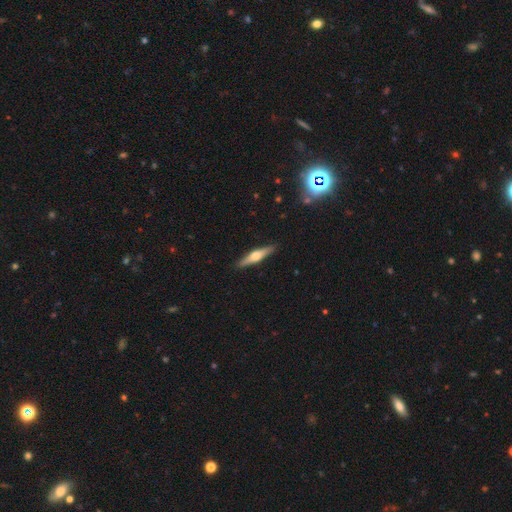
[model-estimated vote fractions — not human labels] Smooth or featured?
  - featured or disk: 62% *
  - smooth: 33%
  - star or artifact: 5%
Edge-on disk?
  - yes: 97% *
  - no: 3%
Edge-on bulge?
  - rounded: 92% *
  - boxy: 5%
  - none: 3%
Merging?
  - none: 91% *
  - minor disturbance: 6%
  - major disturbance: 1%
  - merger: 1%